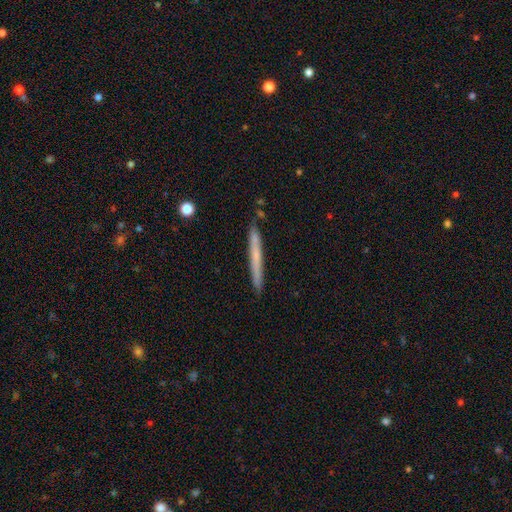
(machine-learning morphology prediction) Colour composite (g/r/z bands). It shows a smooth galaxy with no disk features (54%) that is cigar-shaped (97%). Merging: none (88%).